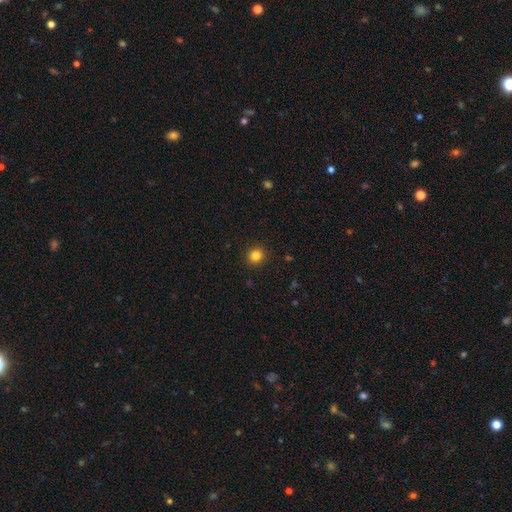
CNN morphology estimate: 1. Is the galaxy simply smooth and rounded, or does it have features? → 83% smooth, 12% star or artifact, 5% featured or disk.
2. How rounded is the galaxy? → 91% round, 8% in between, 1% cigar-shaped.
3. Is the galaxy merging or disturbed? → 92% none, 5% minor disturbance, 2% major disturbance, 1% merger.